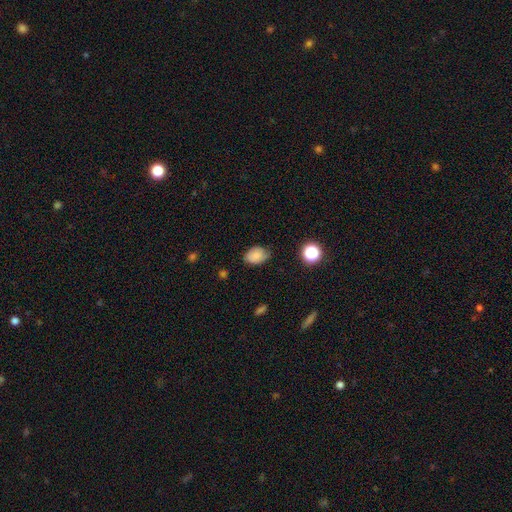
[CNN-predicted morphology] Smooth or featured?
  - smooth: 78% *
  - featured or disk: 11%
  - star or artifact: 11%
How rounded?
  - in between: 75% *
  - round: 24%
  - cigar-shaped: 1%
Merging?
  - none: 63% *
  - minor disturbance: 30%
  - major disturbance: 6%
  - merger: 2%